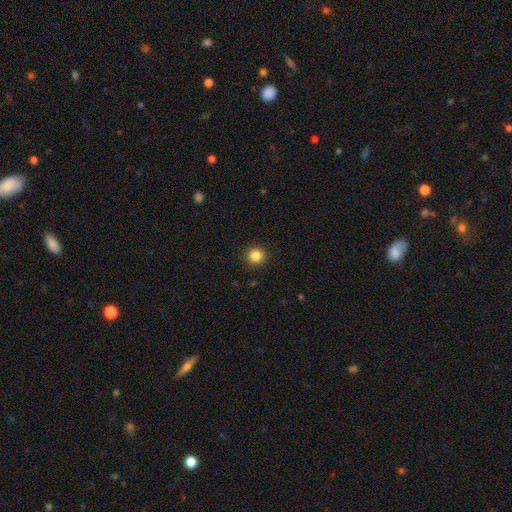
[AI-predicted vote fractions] A smooth galaxy with no disk features (85%) that is round (95%). Merging: none (92%).